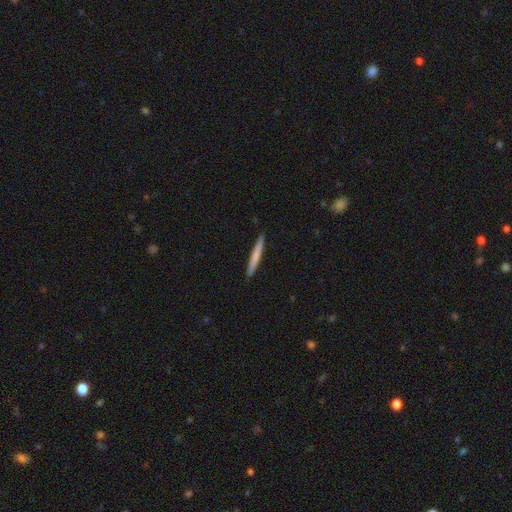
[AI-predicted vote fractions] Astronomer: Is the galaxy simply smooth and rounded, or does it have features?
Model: smooth — 65%.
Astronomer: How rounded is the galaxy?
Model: cigar-shaped — 97%.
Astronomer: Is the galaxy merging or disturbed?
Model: none — 92%.